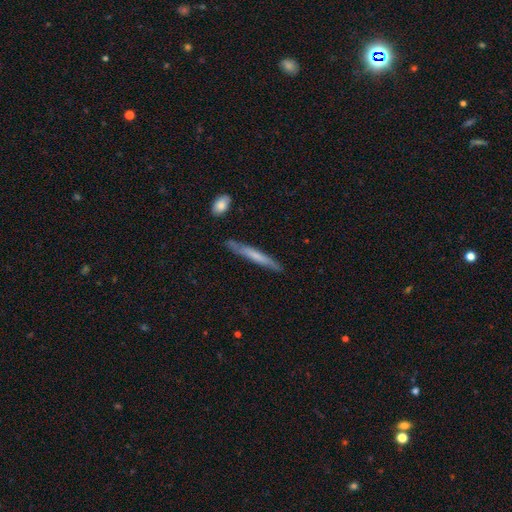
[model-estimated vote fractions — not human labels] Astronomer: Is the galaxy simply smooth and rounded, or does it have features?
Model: smooth — 54% (runner-up: featured or disk, 40%).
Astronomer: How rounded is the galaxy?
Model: cigar-shaped — 96%.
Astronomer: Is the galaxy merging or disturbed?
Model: none — 82%.